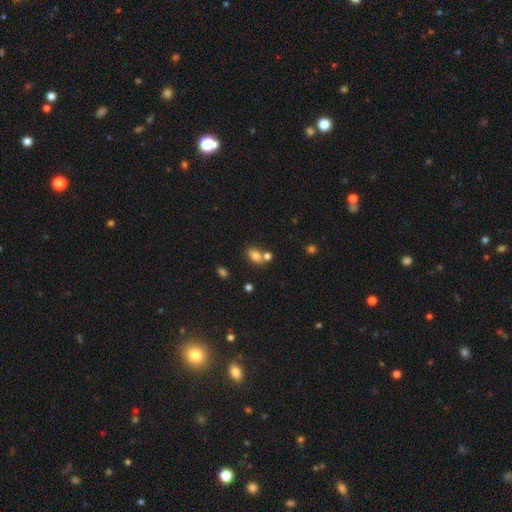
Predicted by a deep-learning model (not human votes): Morphology: type=smooth (79%); roundness=in between (81%); merging=none (52%).